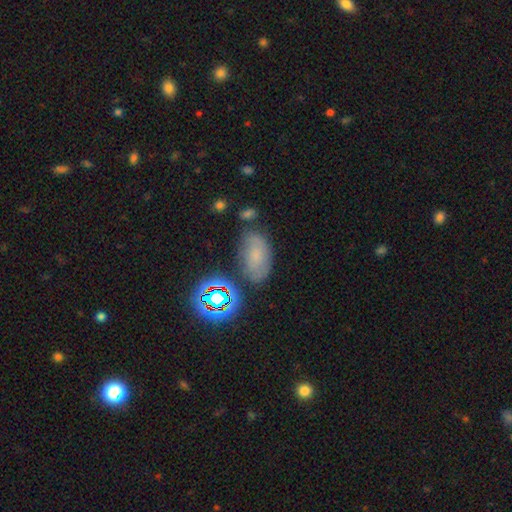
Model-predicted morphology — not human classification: A smooth galaxy with no disk features (52%) that is in between round and cigar-shaped (88%). Merging: none (63%).